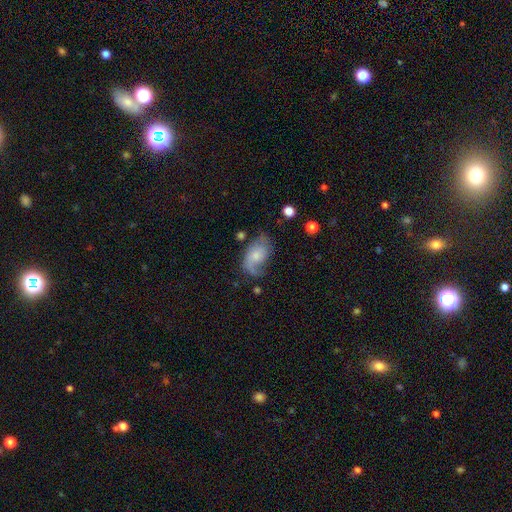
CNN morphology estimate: Smooth or featured? featured or disk (56%)
Edge-on disk? no (96%)
Bar? no (74%)
Spiral arms? yes (84%)
Bulge size? small (46%)
Merging? none (45%)